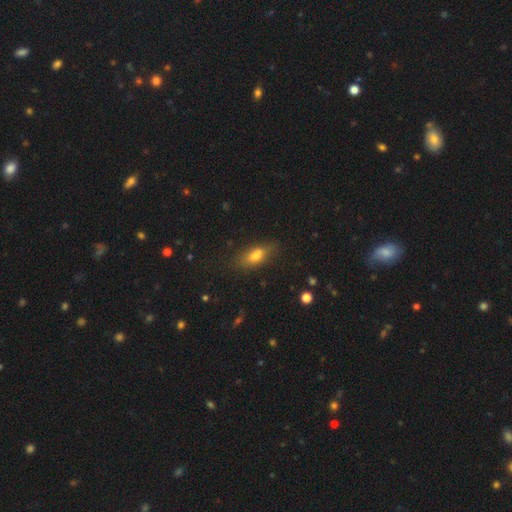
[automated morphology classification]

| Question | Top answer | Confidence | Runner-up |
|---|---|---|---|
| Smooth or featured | smooth | 71% | featured or disk (18%) |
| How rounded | in between | 75% | cigar-shaped (19%) |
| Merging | none | 67% | minor disturbance (18%) |